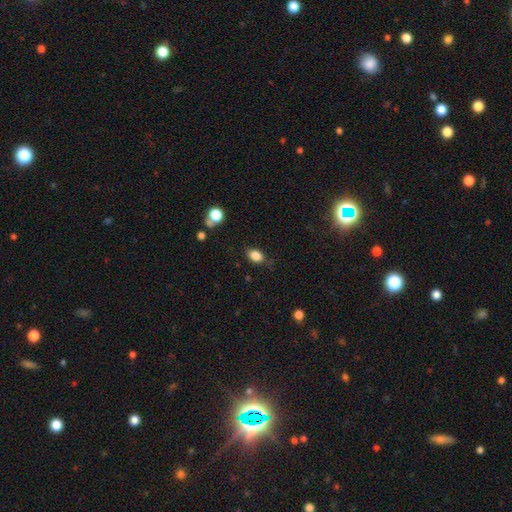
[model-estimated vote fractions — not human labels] The model was most divided on "how rounded": in between: 78%, round: 20%, cigar-shaped: 2%. More confident: smooth or featured — smooth (84%); merging — none (77%).